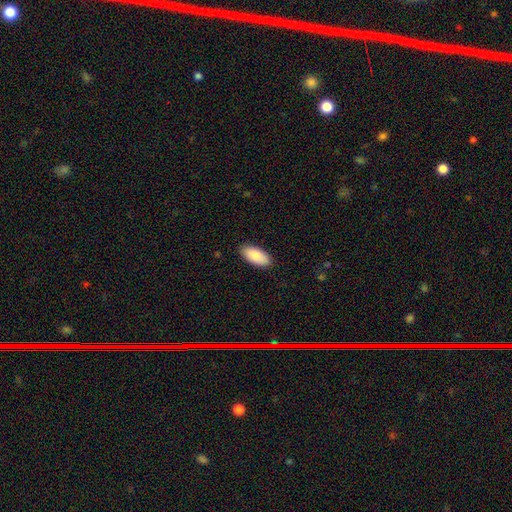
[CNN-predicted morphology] Smooth or featured?
  - smooth: 88% *
  - featured or disk: 7%
  - star or artifact: 6%
How rounded?
  - in between: 92% *
  - cigar-shaped: 6%
  - round: 2%
Merging?
  - none: 89% *
  - minor disturbance: 8%
  - major disturbance: 2%
  - merger: 1%